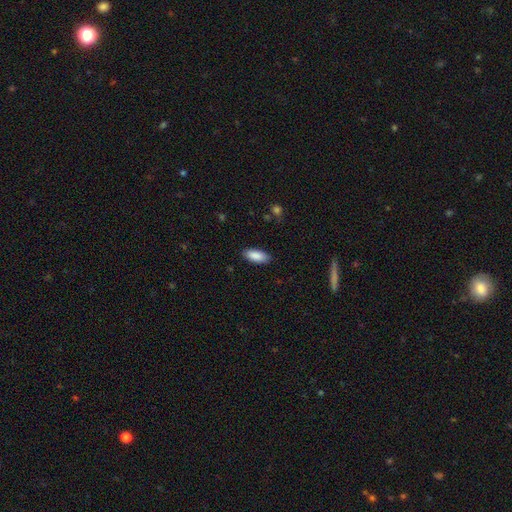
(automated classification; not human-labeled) The model was most divided on "how rounded": in between: 84%, cigar-shaped: 14%, round: 2%. More confident: smooth or featured — smooth (89%); merging — none (86%).